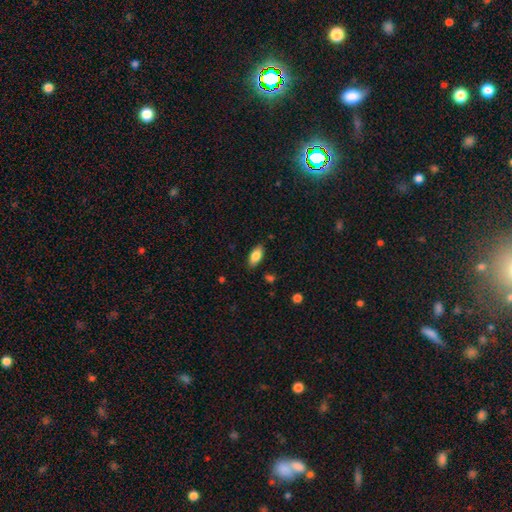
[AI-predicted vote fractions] Smooth or featured: smooth — 84% (featured or disk — 9%)
How rounded: in between — 90% (cigar-shaped — 7%)
Merging: none — 85% (minor disturbance — 11%)